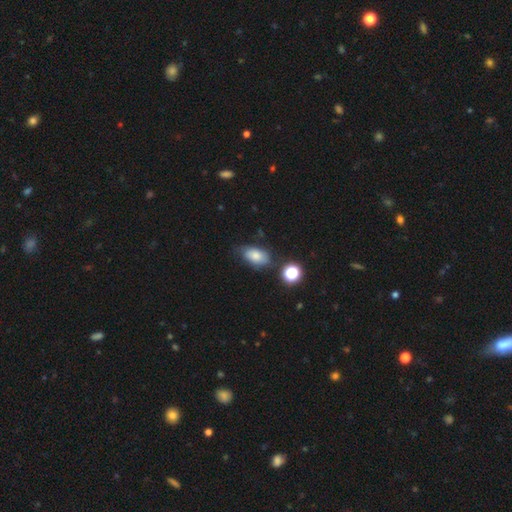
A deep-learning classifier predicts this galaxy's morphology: type=smooth (76%); roundness=in between (89%); merging=none (63%).